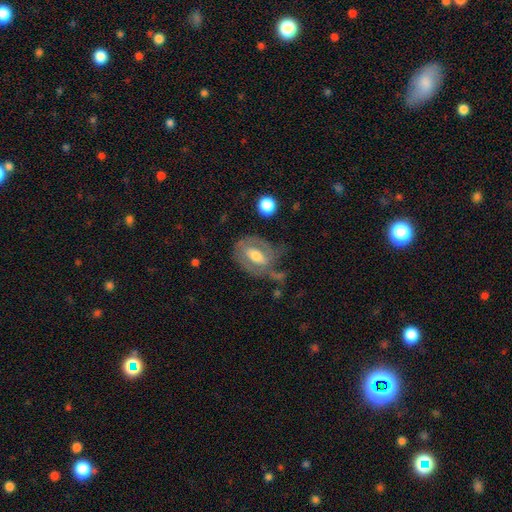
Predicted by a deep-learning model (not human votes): Smooth or featured?
  - featured or disk: 67% *
  - smooth: 26%
  - star or artifact: 7%
Edge-on disk?
  - no: 94% *
  - yes: 6%
Bar?
  - weak: 44% *
  - no: 29%
  - strong: 27%
Spiral arms?
  - yes: 72% *
  - no: 28%
Bulge size?
  - moderate: 64% *
  - small: 19%
  - large: 14%
  - none: 2%
  - dominant: 1%
Merging?
  - none: 44% *
  - minor disturbance: 26%
  - major disturbance: 24%
  - merger: 6%